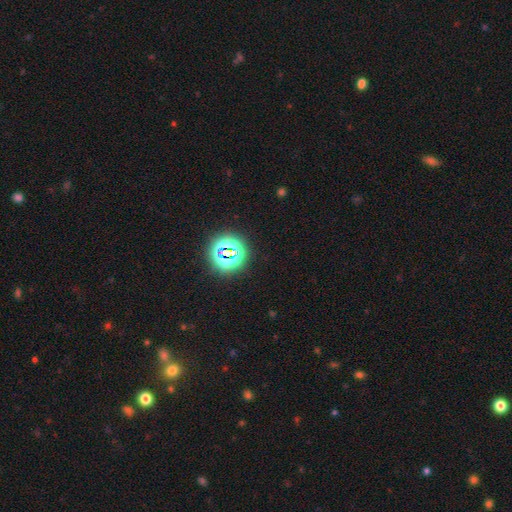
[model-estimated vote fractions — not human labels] smooth_or_featured: star or artifact (p=0.76) [alt: smooth p=0.16]